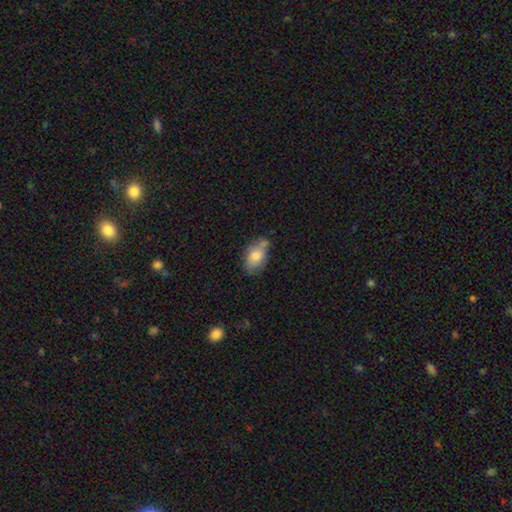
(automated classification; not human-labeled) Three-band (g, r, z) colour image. It shows a smooth galaxy with no disk features (76%) that is in between round and cigar-shaped (89%). Merging: none (55%).